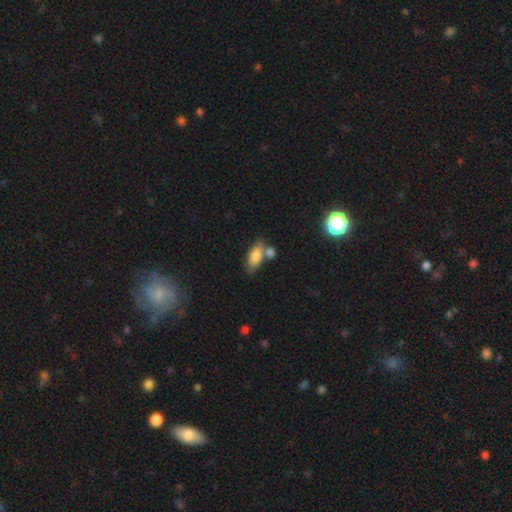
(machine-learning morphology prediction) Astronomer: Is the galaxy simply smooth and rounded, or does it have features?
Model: smooth — 80%.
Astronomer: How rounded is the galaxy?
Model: in between — 83%.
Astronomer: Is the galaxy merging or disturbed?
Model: none — 52% (runner-up: merger, 29%).